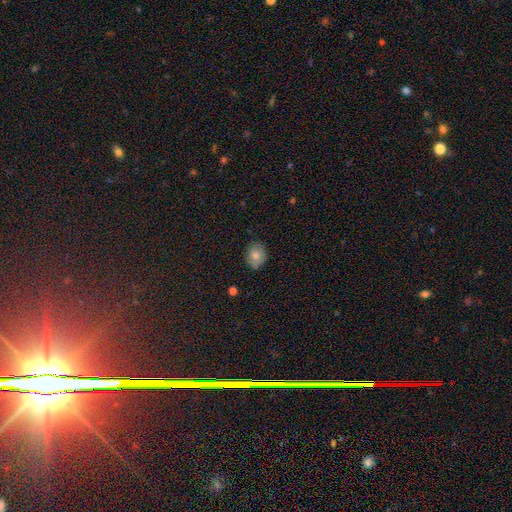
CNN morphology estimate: Overall: smooth (80%). How rounded: in between (54%; round 44%). Merging: none (81%).